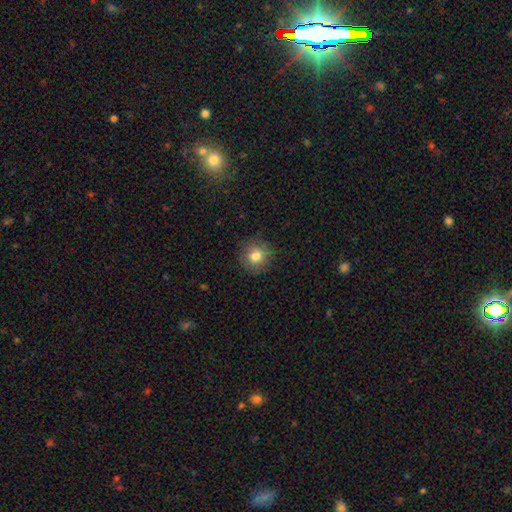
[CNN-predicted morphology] type=smooth (80%); roundness=round (94%); merging=none (89%).